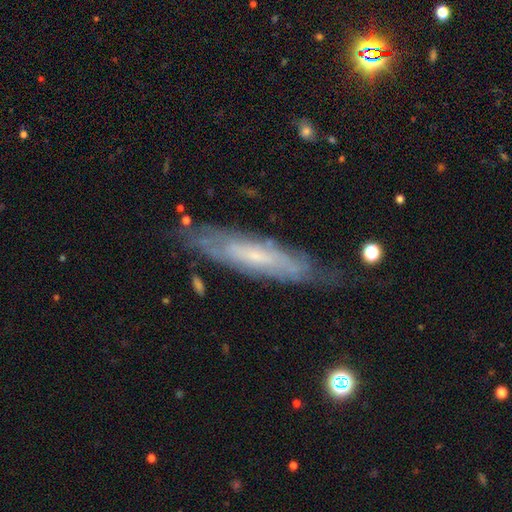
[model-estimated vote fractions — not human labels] Q: Smooth or featured?
A: featured or disk (65%); runner-up: smooth (28%)
Q: Edge-on disk?
A: no (52%); runner-up: yes (48%)
Q: Merging?
A: none (74%); runner-up: minor disturbance (19%)